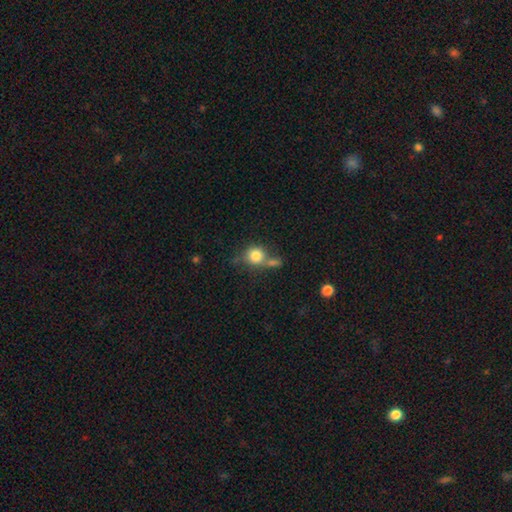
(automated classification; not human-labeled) Smooth or featured?
  - smooth: 78% *
  - featured or disk: 12%
  - star or artifact: 10%
How rounded?
  - round: 83% *
  - in between: 16%
  - cigar-shaped: 2%
Merging?
  - none: 44% *
  - merger: 32%
  - minor disturbance: 15%
  - major disturbance: 8%